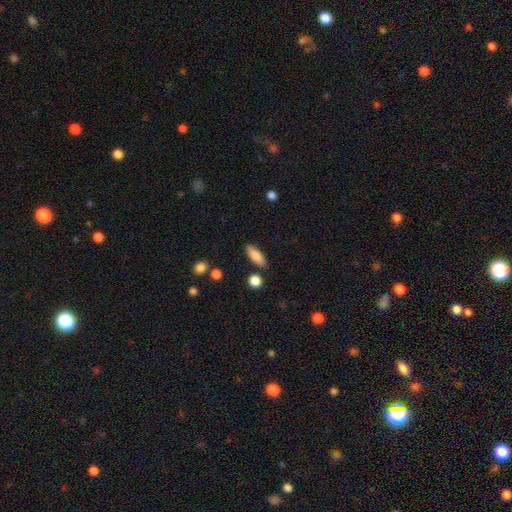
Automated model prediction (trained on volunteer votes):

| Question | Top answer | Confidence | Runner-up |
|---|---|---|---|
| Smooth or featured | smooth | 83% | featured or disk (11%) |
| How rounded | in between | 68% | cigar-shaped (29%) |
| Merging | none | 83% | minor disturbance (11%) |